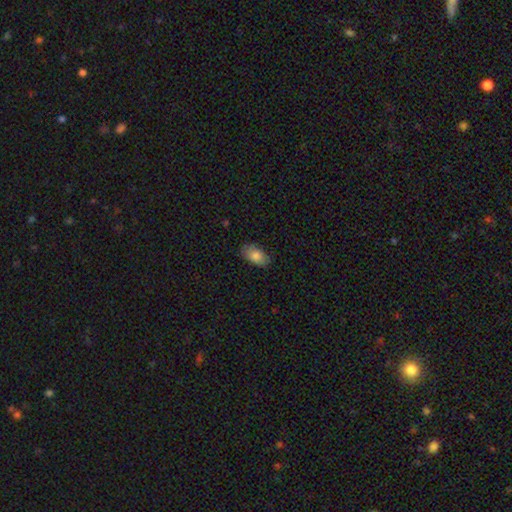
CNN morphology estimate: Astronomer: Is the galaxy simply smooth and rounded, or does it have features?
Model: smooth — 83%.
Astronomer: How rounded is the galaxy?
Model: in between — 92%.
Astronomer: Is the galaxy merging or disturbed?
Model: none — 80%.